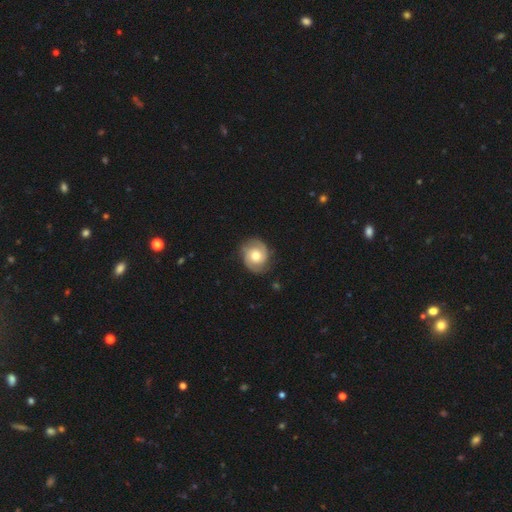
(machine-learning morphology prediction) smooth_or_featured: featured or disk (p=0.69) [alt: smooth p=0.24]
disk_edge_on: no (p=0.97) [alt: yes p=0.03]
bar: no (p=0.72) [alt: weak p=0.24]
has_spiral_arms: yes (p=0.92) [alt: no p=0.08]
spiral_winding: tight (p=0.48) [alt: medium p=0.39]
spiral_arm_count: 2 (p=0.84) [alt: can't tell p=0.07]
bulge_size: moderate (p=0.70) [alt: large p=0.14]
merging: none (p=0.81) [alt: minor disturbance p=0.14]